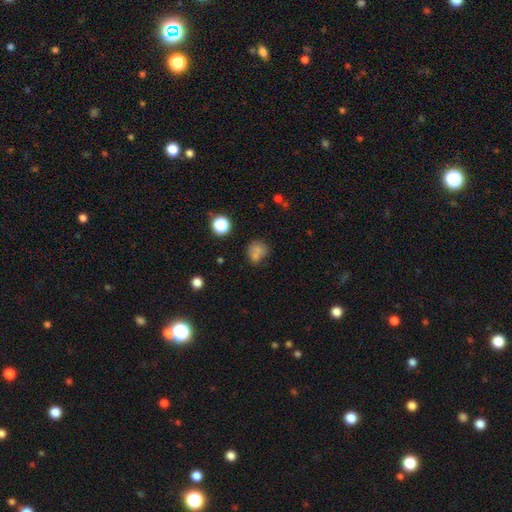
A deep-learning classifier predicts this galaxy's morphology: type=smooth (65%); roundness=round (76%); merging=none (53%).